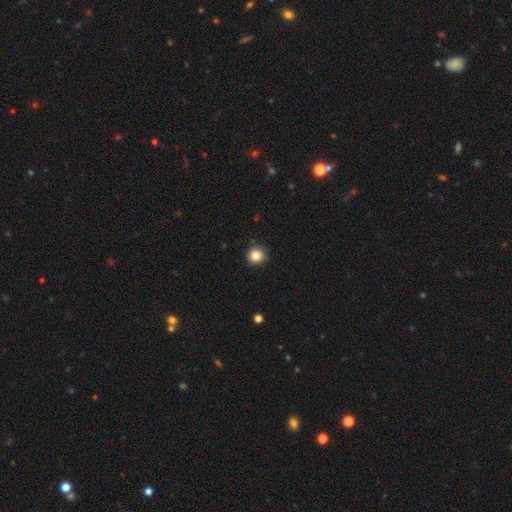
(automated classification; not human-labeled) A smooth galaxy with no disk features (84%) that is round (93%). Merging: none (88%).